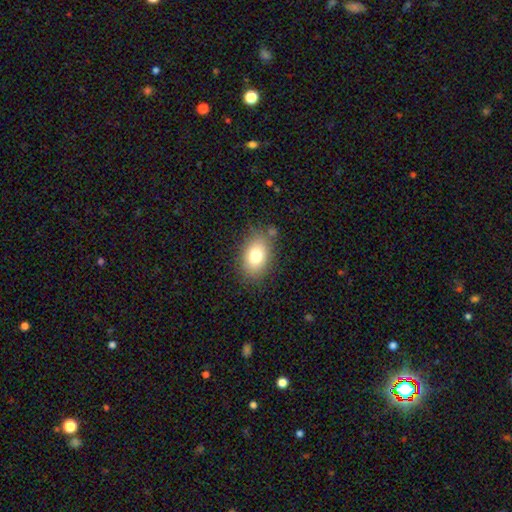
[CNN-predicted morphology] Smooth or featured? smooth (77%)
How rounded? in between (83%)
Merging? none (79%)